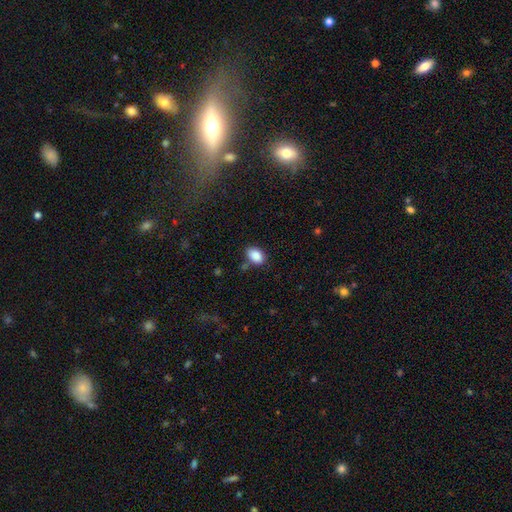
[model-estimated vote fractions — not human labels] Smooth or featured? smooth (88%)
How rounded? in between (87%)
Merging? none (76%)